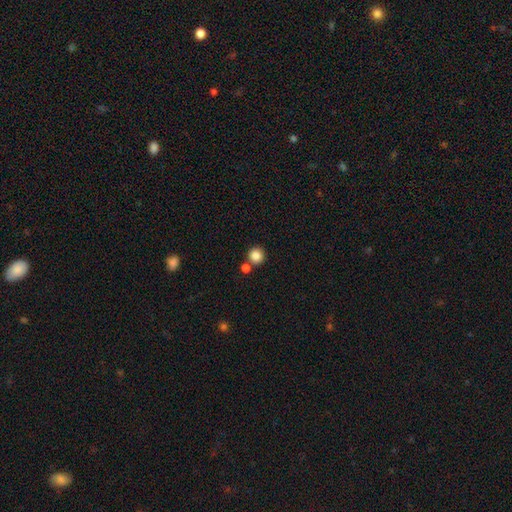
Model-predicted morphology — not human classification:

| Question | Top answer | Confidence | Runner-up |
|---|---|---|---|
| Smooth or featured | smooth | 84% | star or artifact (11%) |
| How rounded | round | 94% | in between (5%) |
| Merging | none | 76% | merger (15%) |